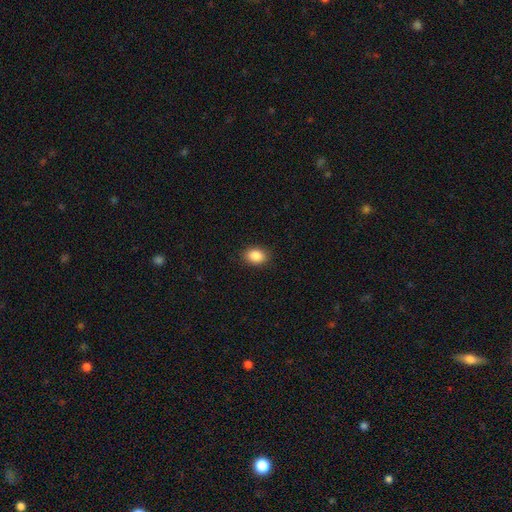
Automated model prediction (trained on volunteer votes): A smooth galaxy with no disk features (88%) that is in between round and cigar-shaped (68%).

Vote fractions:
- Smooth or featured? smooth: 88% / star or artifact: 8% / featured or disk: 4%
- How rounded? in between: 68% / round: 31% / cigar-shaped: 1%
- Merging? none: 89% / minor disturbance: 8% / major disturbance: 2% / merger: 1%